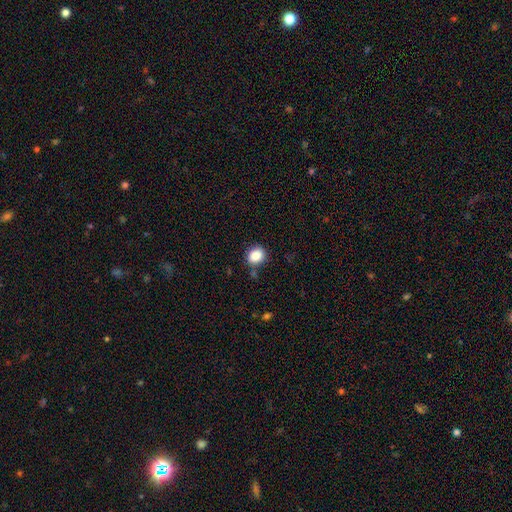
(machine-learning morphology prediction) Q: Smooth or featured?
A: smooth (88%); runner-up: star or artifact (9%)
Q: How rounded?
A: round (61%); runner-up: in between (38%)
Q: Merging?
A: none (80%); runner-up: minor disturbance (12%)